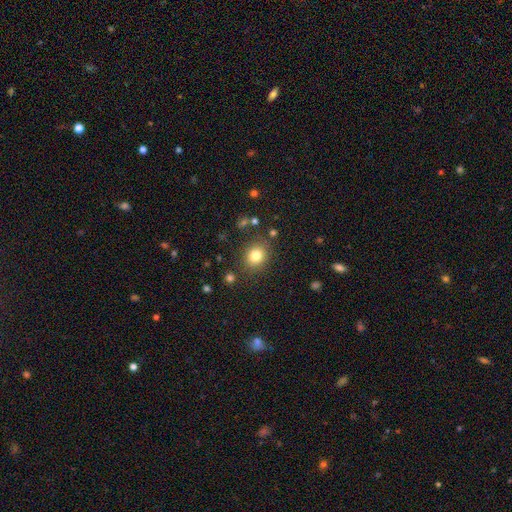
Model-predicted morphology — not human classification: Smooth or featured: smooth — 81% (star or artifact — 12%)
How rounded: round — 72% (in between — 27%)
Merging: none — 84% (minor disturbance — 10%)